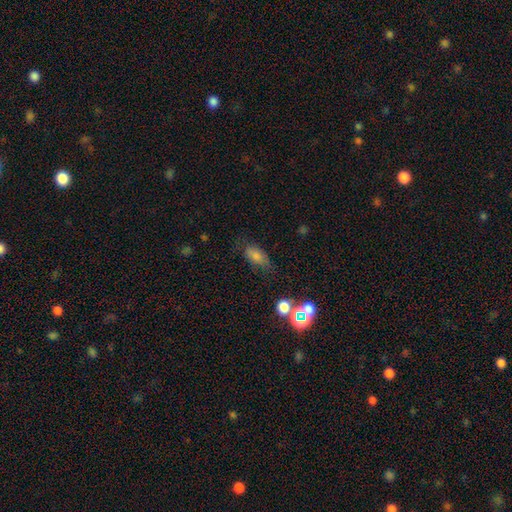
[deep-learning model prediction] A smooth galaxy with no disk features (64%) that is in between round and cigar-shaped (80%). Merging: none (64%).